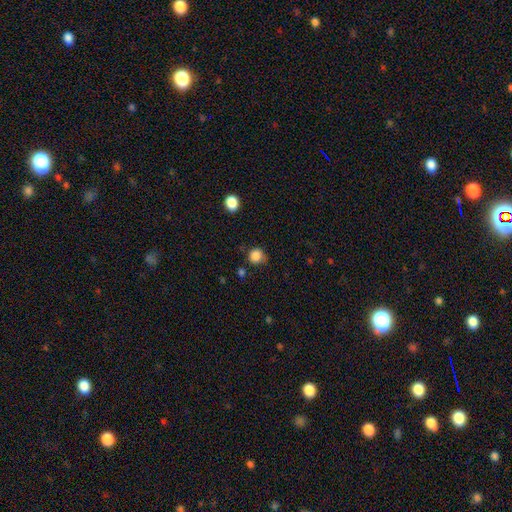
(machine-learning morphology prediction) The model was most divided on "merging": none: 73%, minor disturbance: 19%, major disturbance: 5%, merger: 3%. More confident: how rounded — round (89%); smooth or featured — smooth (85%).